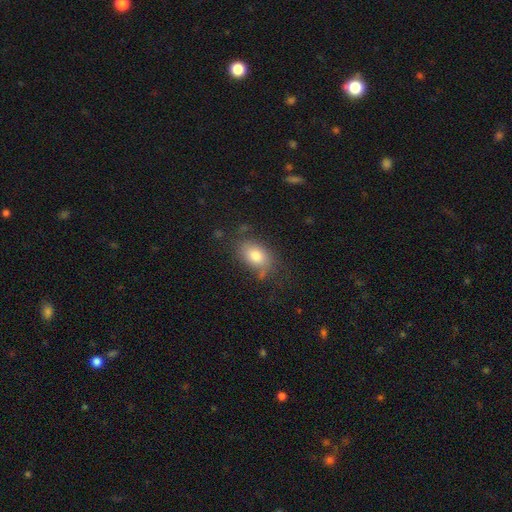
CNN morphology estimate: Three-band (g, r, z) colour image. It shows a smooth galaxy with no disk features (78%) that is in between round and cigar-shaped (86%). Merging: none (66%).